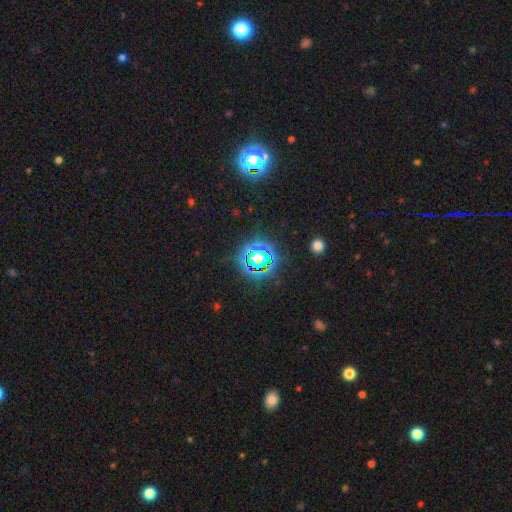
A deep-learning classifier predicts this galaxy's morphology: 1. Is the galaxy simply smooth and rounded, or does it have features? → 71% star or artifact, 20% smooth, 9% featured or disk.